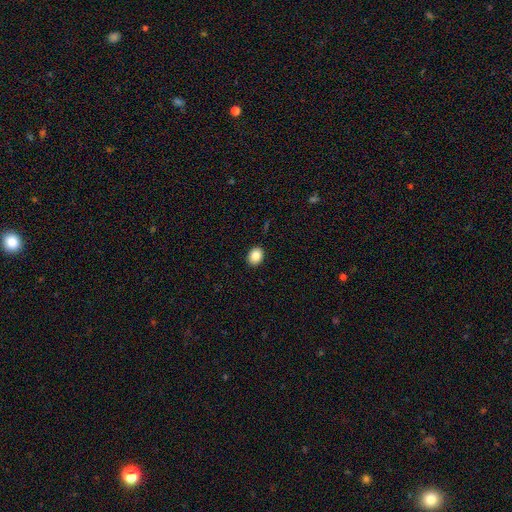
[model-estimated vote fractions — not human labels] Smooth or featured?
  - smooth: 86% *
  - star or artifact: 9%
  - featured or disk: 6%
How rounded?
  - in between: 55% *
  - round: 44%
  - cigar-shaped: 1%
Merging?
  - none: 91% *
  - minor disturbance: 7%
  - major disturbance: 2%
  - merger: 1%